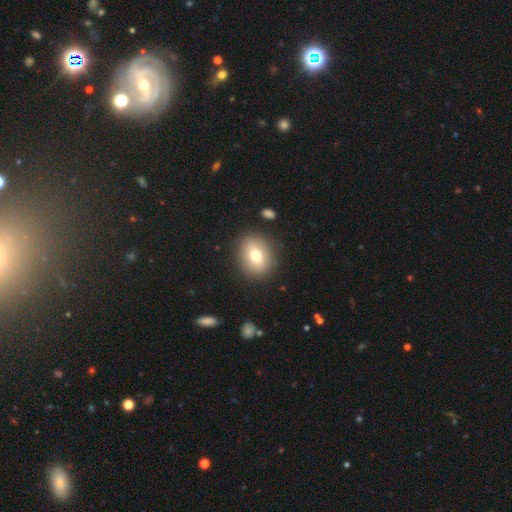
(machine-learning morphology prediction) Overall: smooth (70%). How rounded: round (51%; in between 48%). Merging: none (87%).